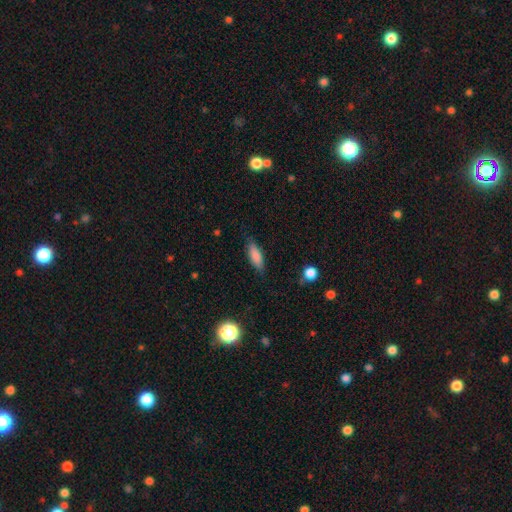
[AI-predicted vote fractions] smooth_or_featured: smooth (p=0.84) [alt: featured or disk p=0.09]
how_rounded: in between (p=0.60) [alt: cigar-shaped p=0.38]
merging: none (p=0.82) [alt: minor disturbance p=0.14]